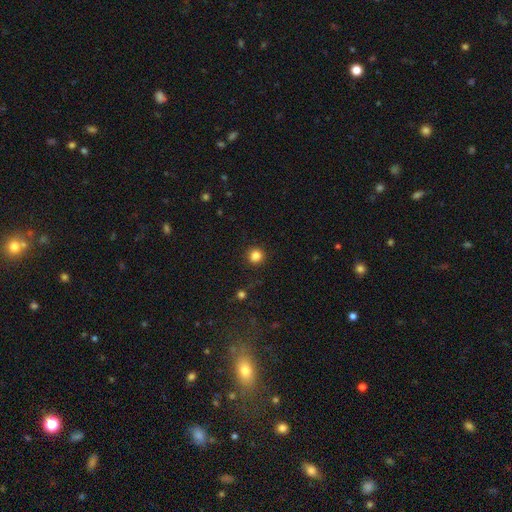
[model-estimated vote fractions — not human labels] Q: Smooth or featured?
A: smooth (84%); runner-up: star or artifact (12%)
Q: How rounded?
A: round (94%); runner-up: in between (5%)
Q: Merging?
A: none (91%); runner-up: minor disturbance (5%)